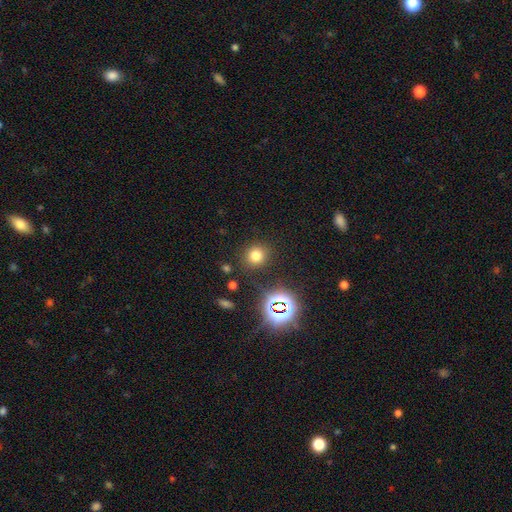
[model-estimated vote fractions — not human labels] Smooth or featured?
  - smooth: 71% *
  - star or artifact: 22%
  - featured or disk: 7%
How rounded?
  - round: 87% *
  - in between: 12%
  - cigar-shaped: 1%
Merging?
  - none: 85% *
  - minor disturbance: 8%
  - major disturbance: 4%
  - merger: 3%